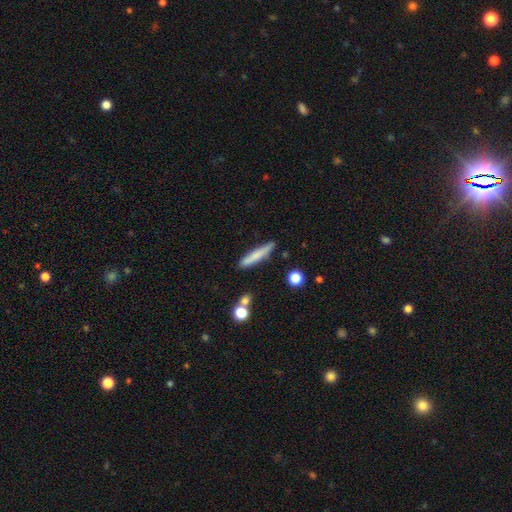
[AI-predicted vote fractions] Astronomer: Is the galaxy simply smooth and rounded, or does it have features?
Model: smooth — 73%.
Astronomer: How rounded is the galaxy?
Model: cigar-shaped — 91%.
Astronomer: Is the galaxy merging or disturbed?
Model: none — 83%.